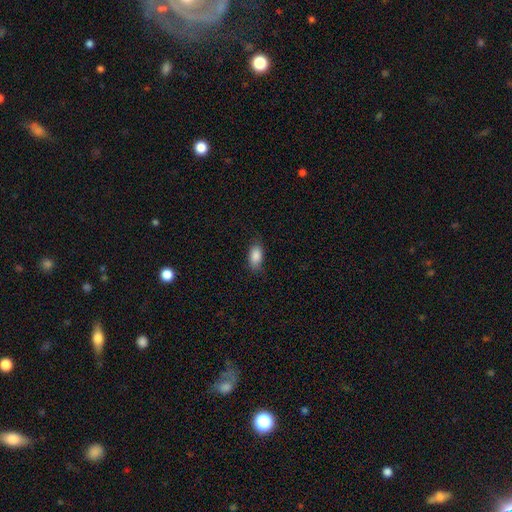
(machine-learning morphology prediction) Smooth or featured? Predicted: smooth (p=0.87). How rounded? Predicted: in between (p=0.91). Merging? Predicted: none (p=0.79).